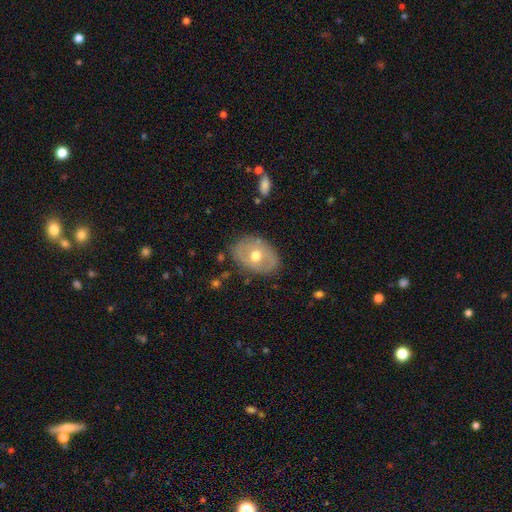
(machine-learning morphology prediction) Overall: featured or disk (48%; smooth 45%). Merging: none (79%).